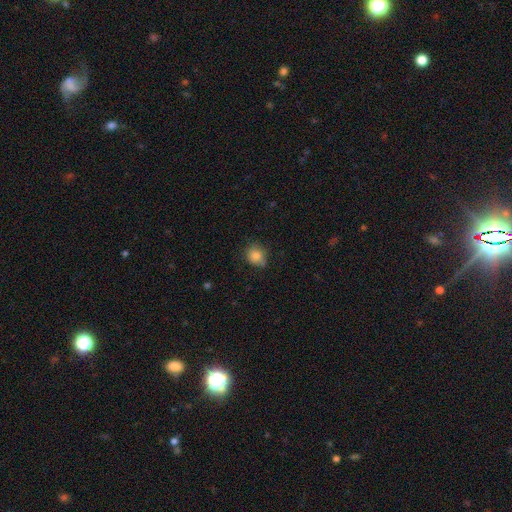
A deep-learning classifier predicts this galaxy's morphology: The model was most divided on "merging": none: 68%, minor disturbance: 25%, major disturbance: 5%, merger: 2%. More confident: smooth or featured — smooth (84%); how rounded — round (74%).